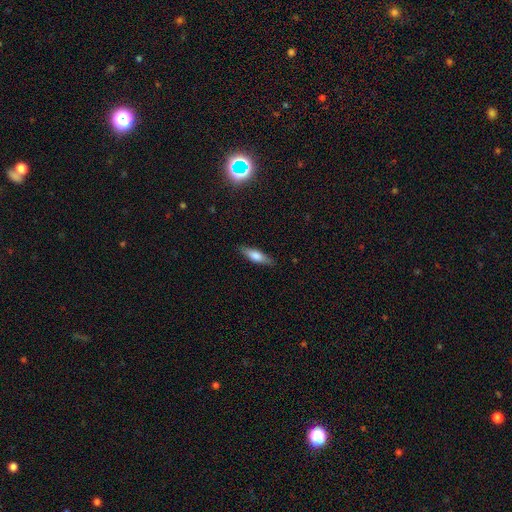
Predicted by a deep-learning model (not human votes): A smooth galaxy with no disk features (65%) that is cigar-shaped (60%). Merging: none (86%).